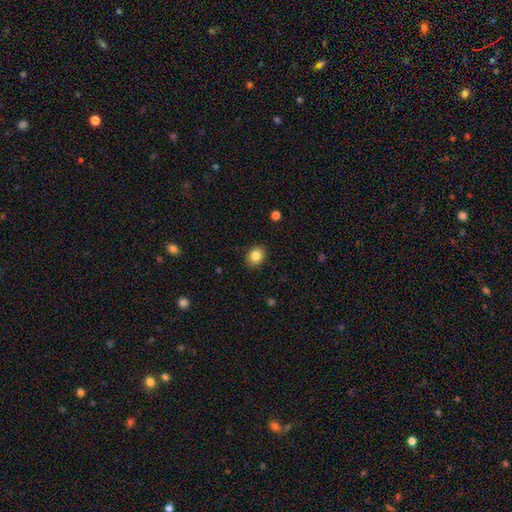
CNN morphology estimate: Smooth or featured?
  - smooth: 84% *
  - star or artifact: 10%
  - featured or disk: 6%
How rounded?
  - round: 60% *
  - in between: 39%
  - cigar-shaped: 1%
Merging?
  - none: 89% *
  - minor disturbance: 8%
  - major disturbance: 2%
  - merger: 1%